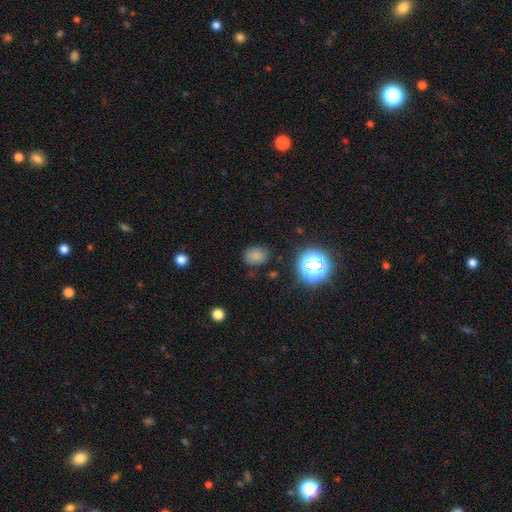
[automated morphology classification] This appears to be a smooth galaxy with no disk features (75%) that is in between round and cigar-shaped (58%). Merging: none (78%).